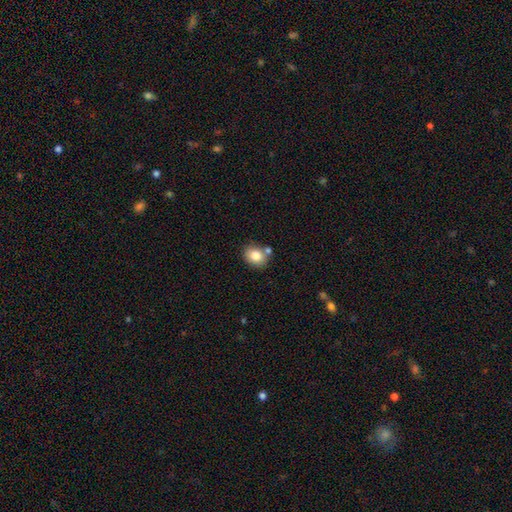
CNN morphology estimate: The model was most divided on "how rounded": round: 52%, in between: 47%, cigar-shaped: 1%. More confident: smooth or featured — smooth (81%); merging — none (69%).